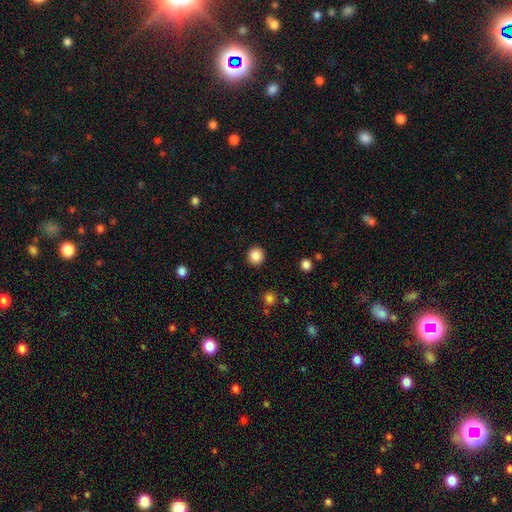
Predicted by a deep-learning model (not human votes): smooth_or_featured: smooth (p=0.87) [alt: star or artifact p=0.10]
how_rounded: round (p=0.93) [alt: in between p=0.06]
merging: none (p=0.92) [alt: minor disturbance p=0.05]